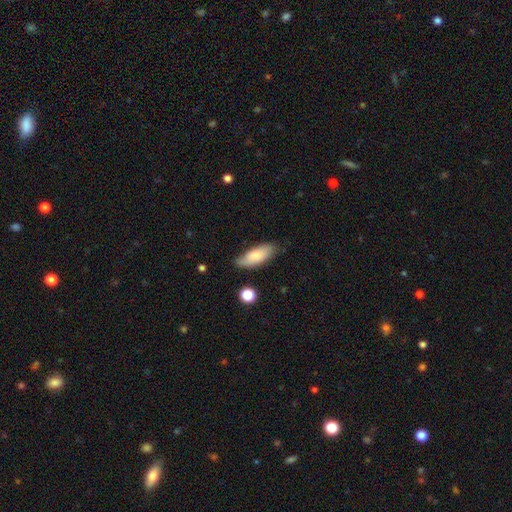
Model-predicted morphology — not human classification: Smooth or featured? Predicted: smooth (p=0.76). How rounded? Predicted: in between (p=0.77). Merging? Predicted: none (p=0.71).